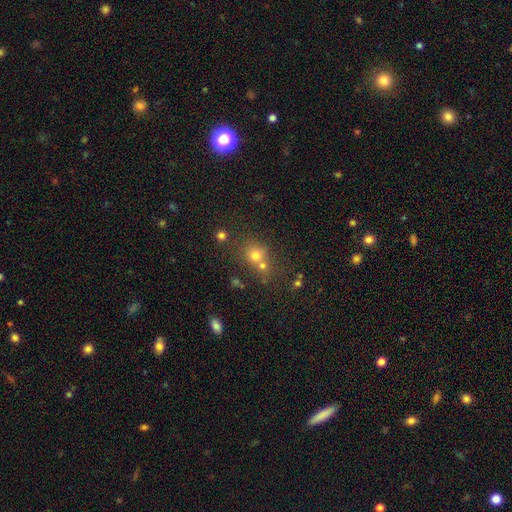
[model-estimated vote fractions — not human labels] smooth_or_featured: smooth (p=0.70) [alt: star or artifact p=0.18]
how_rounded: round (p=0.79) [alt: in between p=0.20]
merging: none (p=0.46) [alt: merger p=0.41]